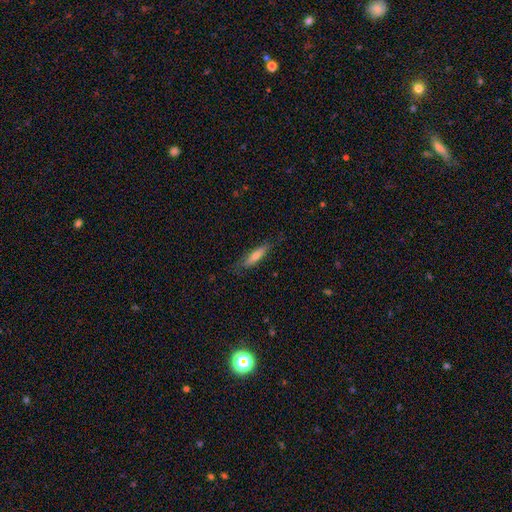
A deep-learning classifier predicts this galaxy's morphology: smooth_or_featured: smooth (p=0.56) [alt: featured or disk p=0.36]
how_rounded: cigar-shaped (p=0.76) [alt: in between p=0.22]
merging: none (p=0.77) [alt: minor disturbance p=0.18]